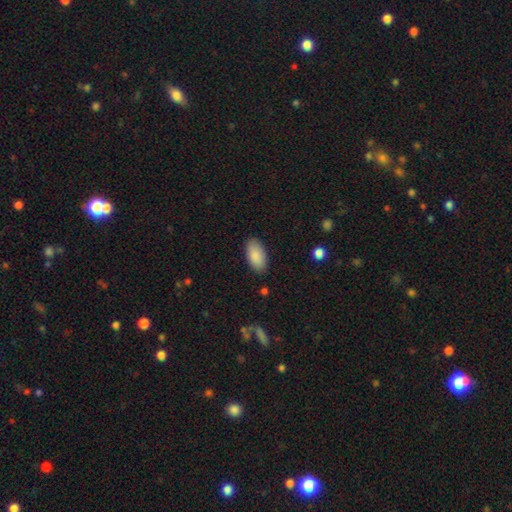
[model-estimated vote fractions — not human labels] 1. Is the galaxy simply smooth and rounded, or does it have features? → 89% smooth, 6% star or artifact, 5% featured or disk.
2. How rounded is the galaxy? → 94% in between, 4% cigar-shaped, 2% round.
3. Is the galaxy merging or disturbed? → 87% none, 10% minor disturbance, 2% major disturbance, 1% merger.